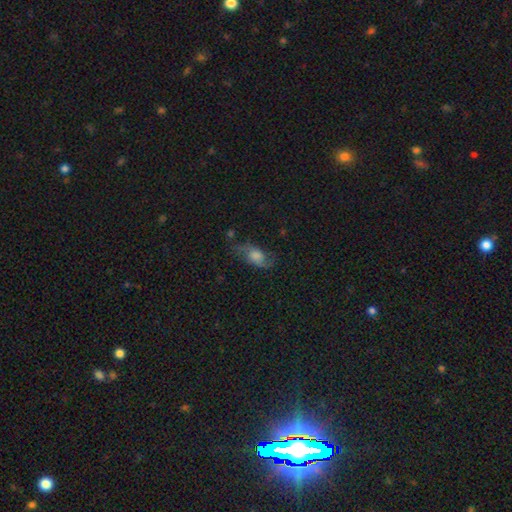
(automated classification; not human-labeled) Smooth or featured? Predicted: featured or disk (p=0.52). Edge-on disk? Predicted: no (p=0.87). Merging? Predicted: none (p=0.63).